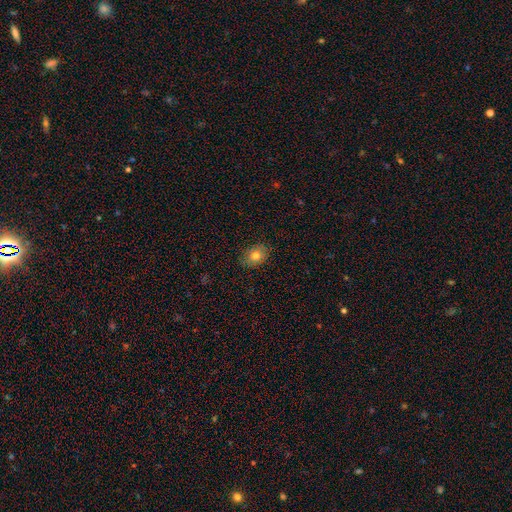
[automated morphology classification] A smooth galaxy with no disk features (79%) that is in between round and cigar-shaped (65%). Merging: none (86%).